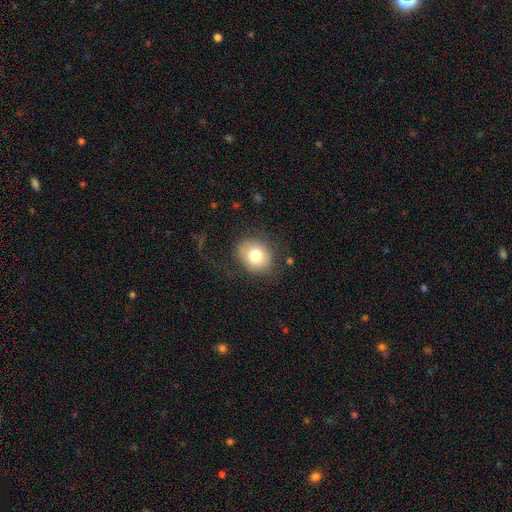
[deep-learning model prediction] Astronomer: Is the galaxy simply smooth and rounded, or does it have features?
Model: smooth — 77%.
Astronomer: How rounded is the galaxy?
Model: round — 60% (runner-up: in between, 39%).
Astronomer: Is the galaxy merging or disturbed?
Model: none — 78%.